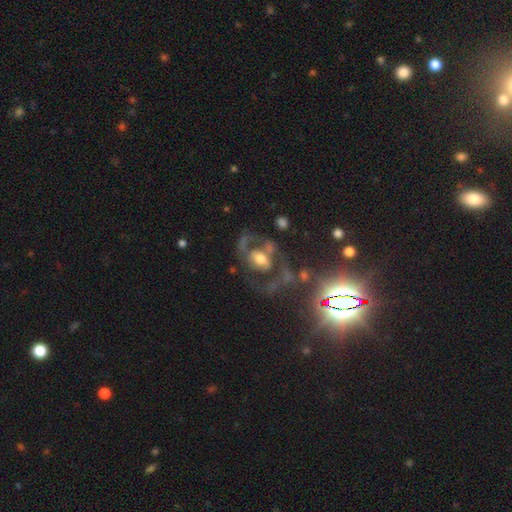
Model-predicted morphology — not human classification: This appears to be a featured or disk galaxy (65%) with no bar (53%), spiral arms (58%) and a moderate central bulge (60%). Merging: none (52%).